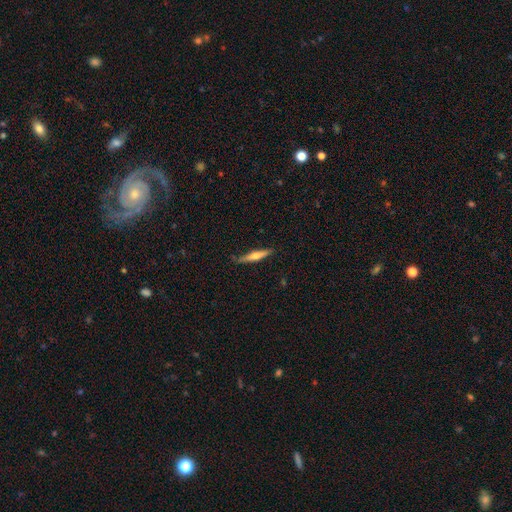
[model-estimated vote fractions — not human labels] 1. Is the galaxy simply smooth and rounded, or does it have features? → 52% featured or disk, 42% smooth, 6% star or artifact.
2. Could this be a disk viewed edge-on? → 96% yes, 4% no.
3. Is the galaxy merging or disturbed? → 87% none, 10% minor disturbance, 2% major disturbance, 1% merger.